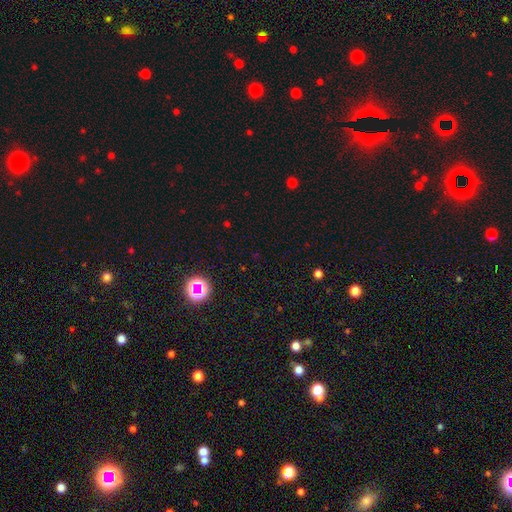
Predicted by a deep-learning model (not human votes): smooth_or_featured: star or artifact (p=0.67) [alt: smooth p=0.24]